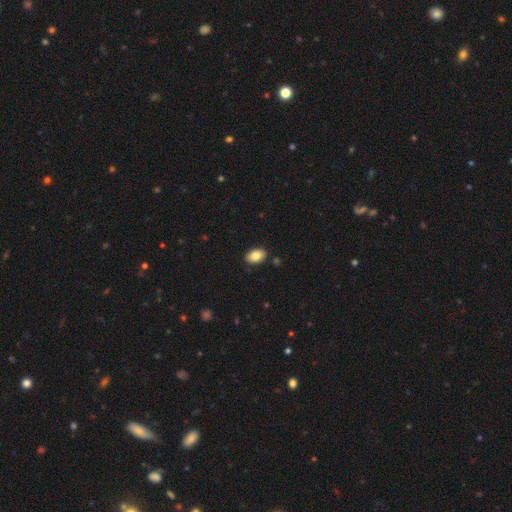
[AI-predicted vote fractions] smooth_or_featured: smooth (p=0.85) [alt: featured or disk p=0.08]
how_rounded: in between (p=0.90) [alt: round p=0.09]
merging: none (p=0.88) [alt: minor disturbance p=0.09]